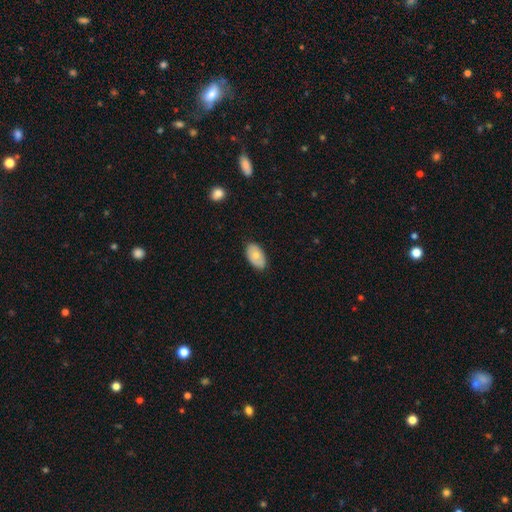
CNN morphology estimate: type=smooth (71%); roundness=in between (93%); merging=none (83%).